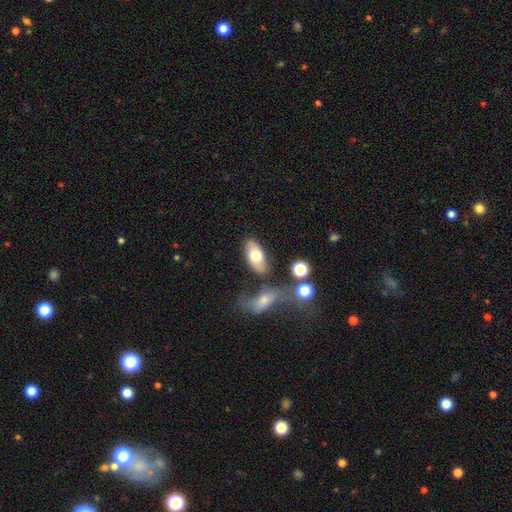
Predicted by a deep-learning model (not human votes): Smooth or featured?
  - smooth: 70% *
  - featured or disk: 23%
  - star or artifact: 7%
How rounded?
  - in between: 91% *
  - cigar-shaped: 6%
  - round: 4%
Merging?
  - none: 70% *
  - minor disturbance: 14%
  - merger: 10%
  - major disturbance: 5%